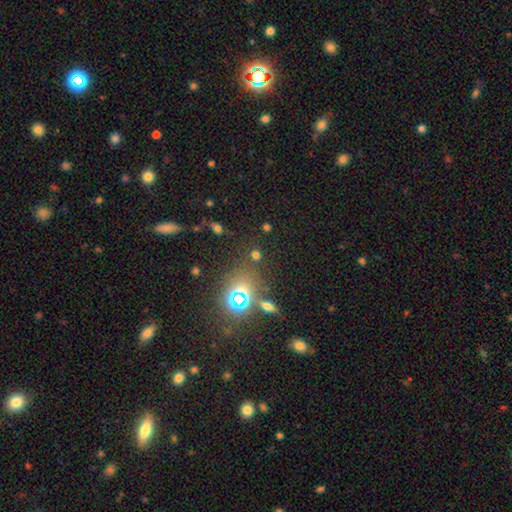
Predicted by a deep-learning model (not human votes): Q: Smooth or featured?
A: star or artifact (53%); runner-up: smooth (38%)